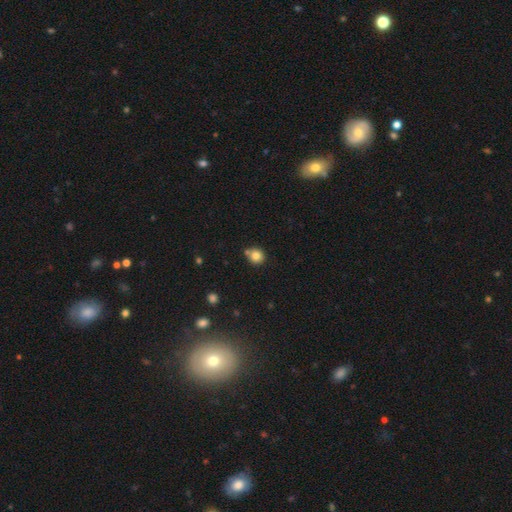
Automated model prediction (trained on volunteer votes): A smooth galaxy with no disk features (82%) that is round (82%). Merging: none (66%).